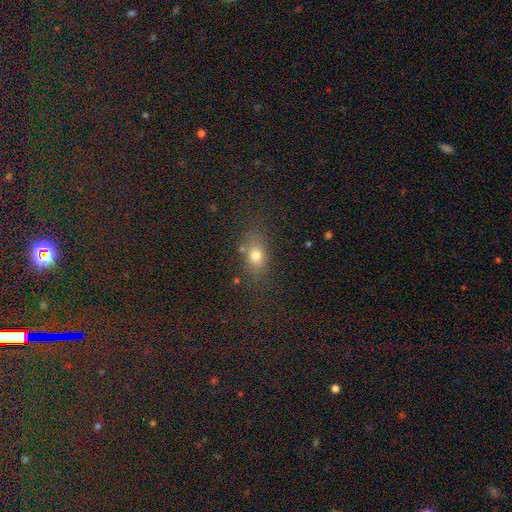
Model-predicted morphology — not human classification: The model was most divided on "how rounded": in between: 60%, round: 35%, cigar-shaped: 5%. More confident: merging — none (74%); smooth or featured — smooth (73%).